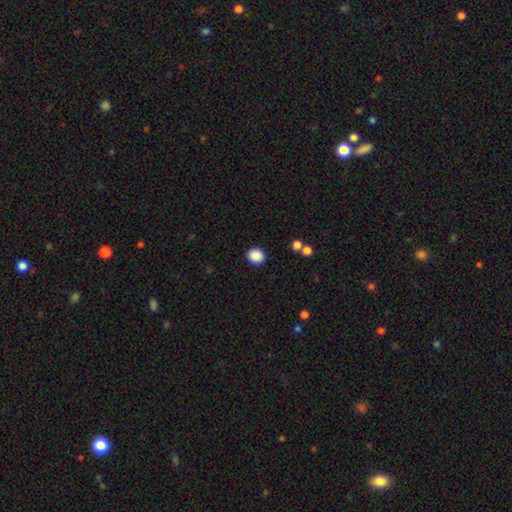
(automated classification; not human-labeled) This appears to be a smooth galaxy with no disk features (89%) that is round (80%). Merging: none (90%).